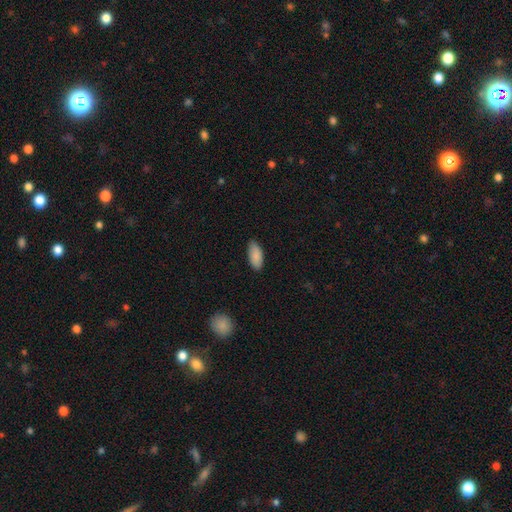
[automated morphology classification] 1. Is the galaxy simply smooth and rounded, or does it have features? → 88% smooth, 6% star or artifact, 6% featured or disk.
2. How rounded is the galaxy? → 89% in between, 9% cigar-shaped, 2% round.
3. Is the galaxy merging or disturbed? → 85% none, 12% minor disturbance, 2% major disturbance, 1% merger.